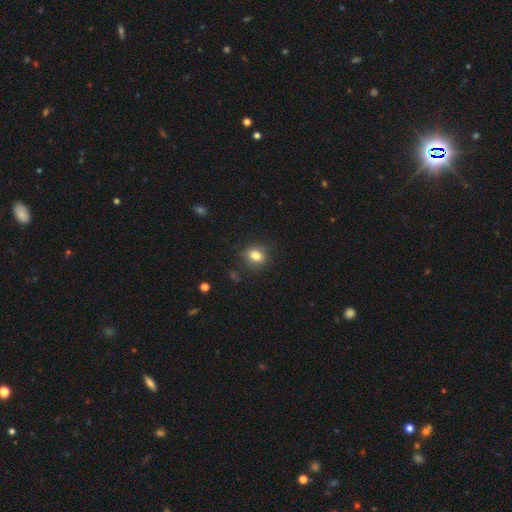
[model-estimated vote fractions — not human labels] Smooth or featured? smooth (80%)
How rounded? round (67%)
Merging? none (82%)